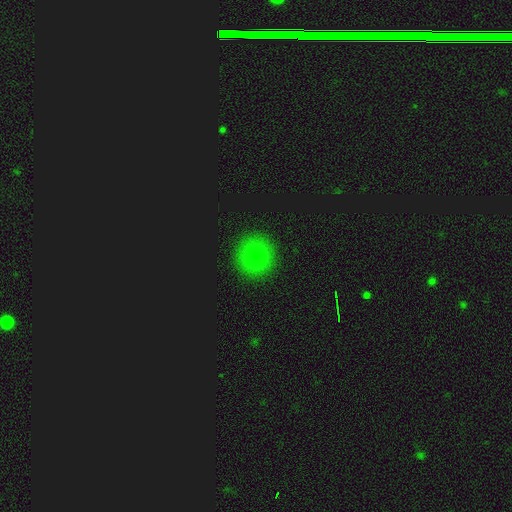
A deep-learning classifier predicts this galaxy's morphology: Smooth or featured? smooth (72%)
How rounded? round (93%)
Merging? none (91%)